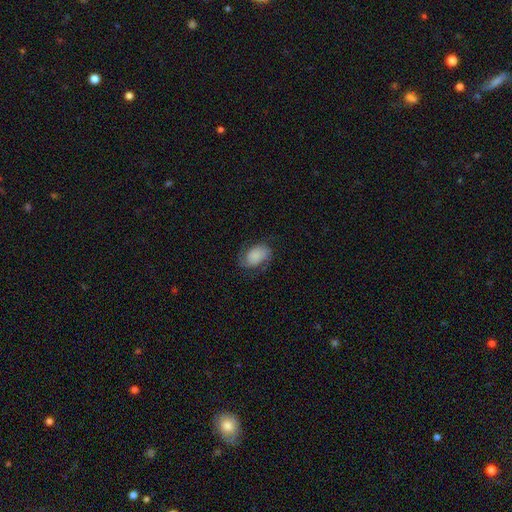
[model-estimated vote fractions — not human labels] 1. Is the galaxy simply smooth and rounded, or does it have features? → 46% featured or disk, 45% smooth, 9% star or artifact.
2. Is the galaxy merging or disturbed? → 66% none, 21% minor disturbance, 12% major disturbance, 1% merger.